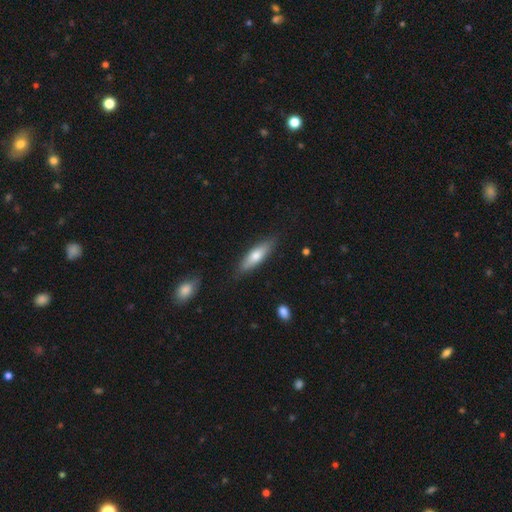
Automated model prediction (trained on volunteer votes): smooth-or-featured: smooth: 64% | featured or disk: 30% | star or artifact: 6%
  how-rounded: cigar-shaped: 62% | in between: 36% | round: 2%
  merging: none: 84% | minor disturbance: 12% | major disturbance: 2% | merger: 2%